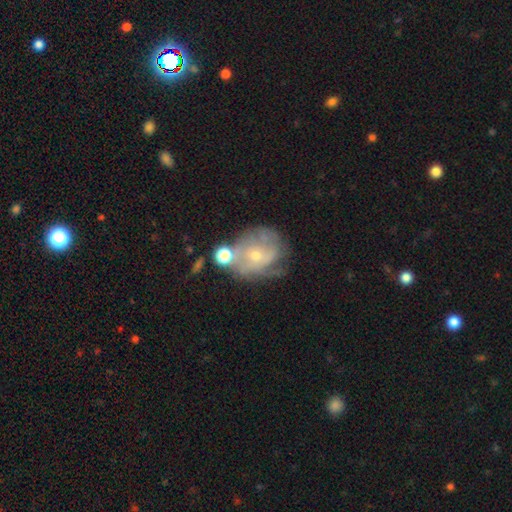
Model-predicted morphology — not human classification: The model was most divided on "merging": none: 44%, minor disturbance: 24%, major disturbance: 18%, merger: 14%. More confident: edge-on disk — no (97%); spiral arms — yes (74%); bar — no (74%); bulge size — small (68%); smooth or featured — featured or disk (66%).